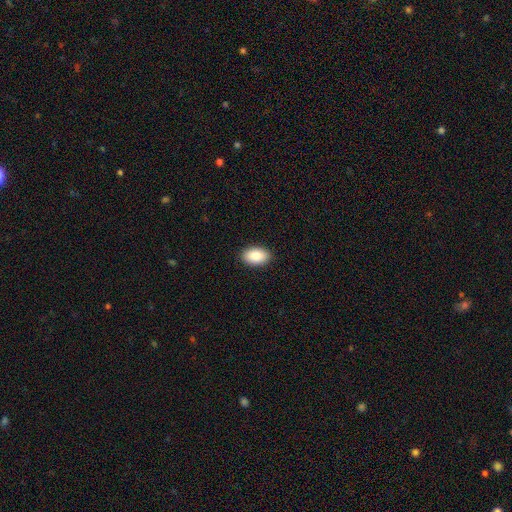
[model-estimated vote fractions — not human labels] This is clearly a smooth galaxy (89%). How rounded: clearly in between (93%). Merging: clearly none (90%).